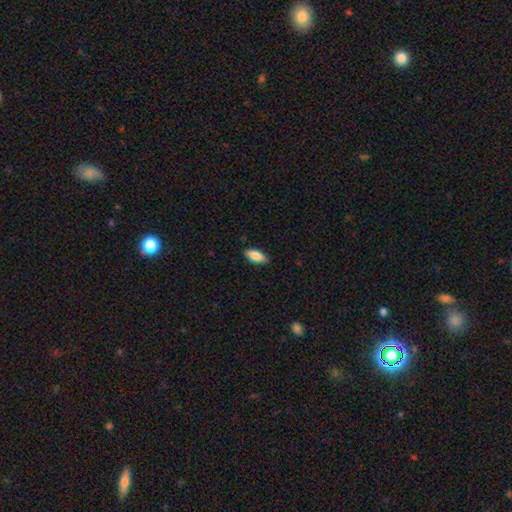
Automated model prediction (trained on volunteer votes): Smooth or featured: smooth — 82% (featured or disk — 12%)
How rounded: in between — 82% (cigar-shaped — 15%)
Merging: none — 87% (minor disturbance — 10%)